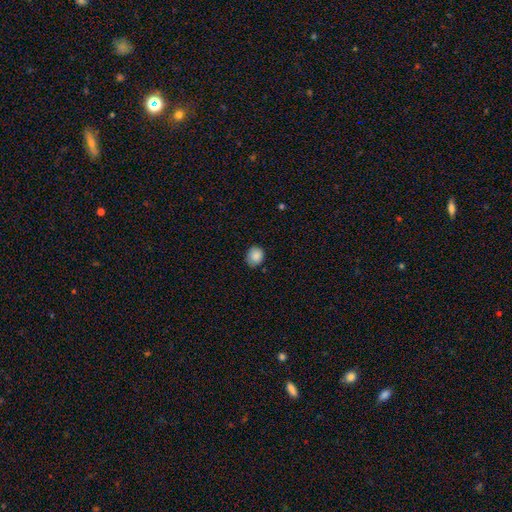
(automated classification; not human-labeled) Smooth or featured: smooth — 87% (star or artifact — 8%)
How rounded: round — 64% (in between — 35%)
Merging: none — 80% (minor disturbance — 16%)